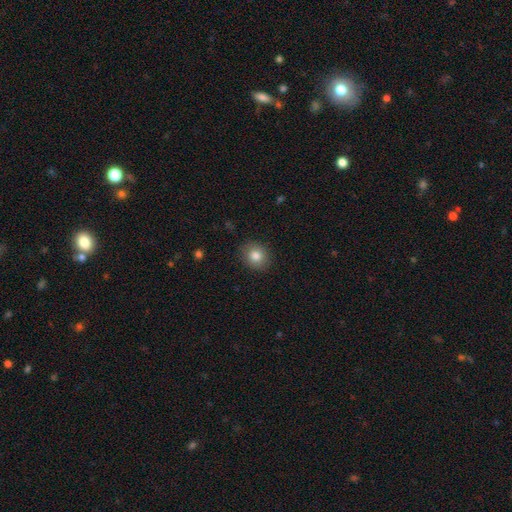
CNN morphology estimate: type=smooth (82%); roundness=round (70%); merging=none (88%).